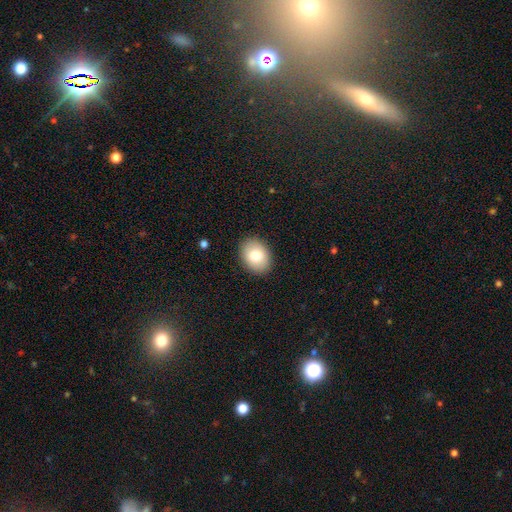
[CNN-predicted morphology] This appears to be a smooth galaxy with no disk features (82%) that is in between round and cigar-shaped (72%). Merging: none (89%).